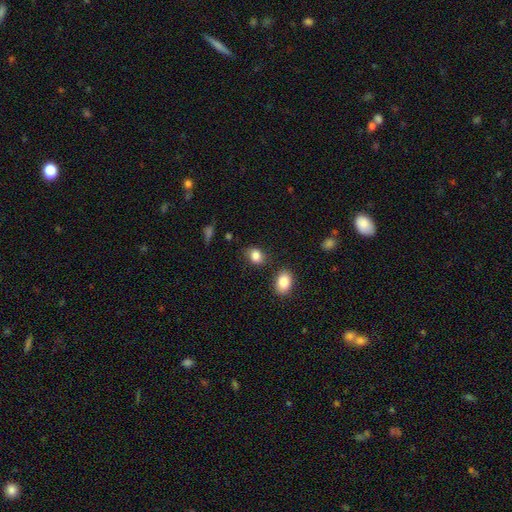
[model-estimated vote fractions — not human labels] Overall: smooth (85%). How rounded: in between (62%; round 36%). Merging: none (74%).